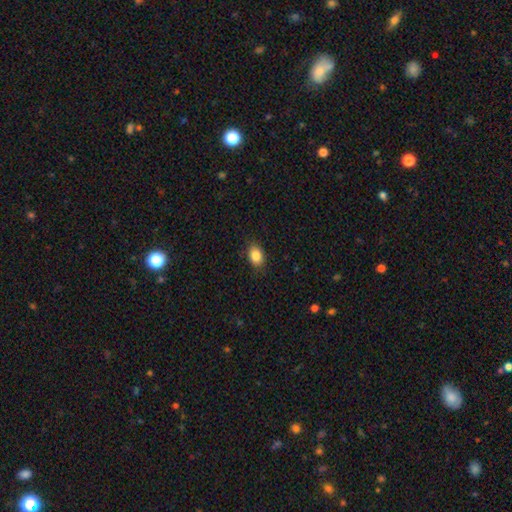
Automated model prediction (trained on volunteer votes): This is clearly a smooth galaxy (85%). How rounded: likely in between (72%). Merging: clearly none (87%).